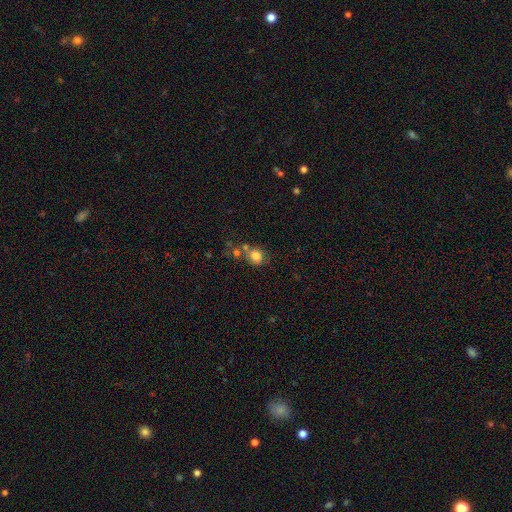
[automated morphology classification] A smooth galaxy with no disk features (77%) that is round (79%).

Vote fractions:
- Smooth or featured? smooth: 77% / star or artifact: 12% / featured or disk: 11%
- How rounded? round: 79% / in between: 20% / cigar-shaped: 1%
- Merging? none: 53% / merger: 28% / minor disturbance: 14% / major disturbance: 5%